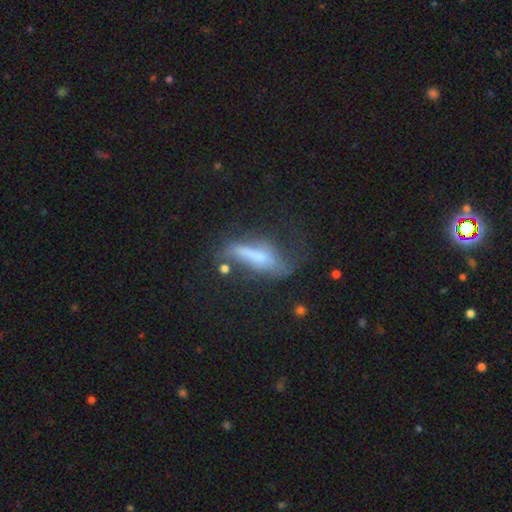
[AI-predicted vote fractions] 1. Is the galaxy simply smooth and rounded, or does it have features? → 51% smooth, 38% featured or disk, 11% star or artifact.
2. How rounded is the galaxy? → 56% cigar-shaped, 40% in between, 4% round.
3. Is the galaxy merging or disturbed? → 33% major disturbance, 31% none, 25% minor disturbance, 11% merger.